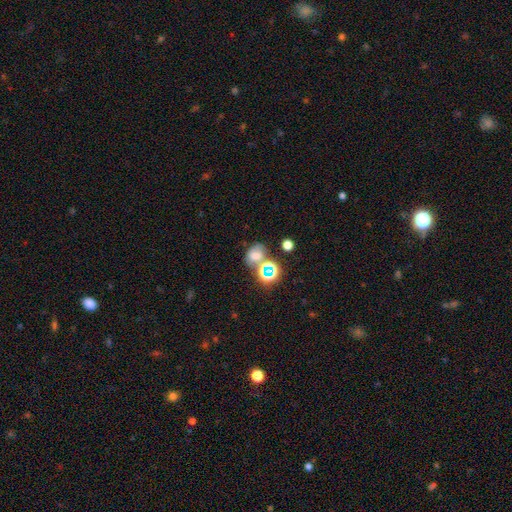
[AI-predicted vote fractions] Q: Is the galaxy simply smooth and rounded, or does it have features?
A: smooth — 55%.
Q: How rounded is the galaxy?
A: in between — 56%.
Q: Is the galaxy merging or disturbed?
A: none — 41%.